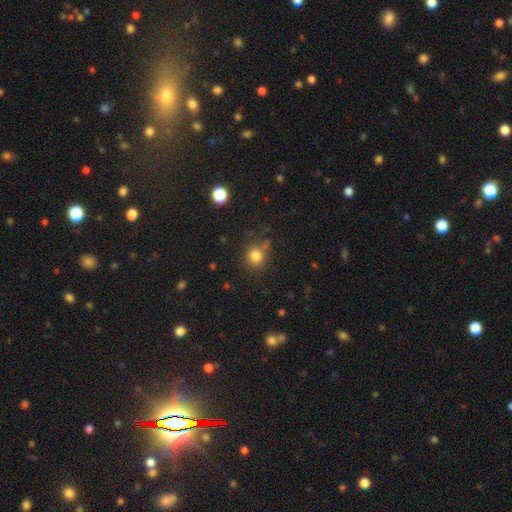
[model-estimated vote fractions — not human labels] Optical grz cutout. It shows a smooth galaxy with no disk features (81%) that is round (88%). Merging: none (76%).